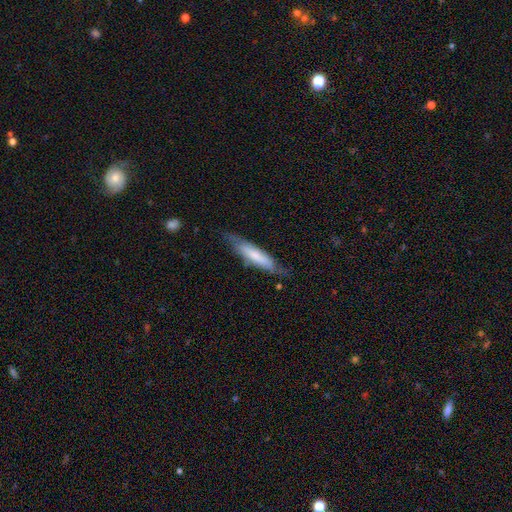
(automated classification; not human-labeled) Q: Smooth or featured?
A: smooth (61%); runner-up: featured or disk (33%)
Q: How rounded?
A: cigar-shaped (77%); runner-up: in between (22%)
Q: Merging?
A: none (68%); runner-up: minor disturbance (23%)